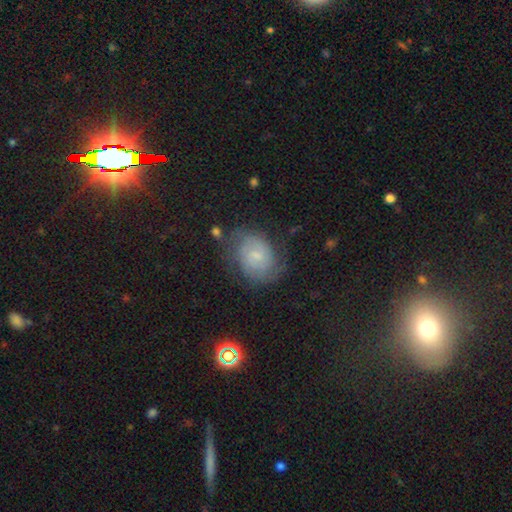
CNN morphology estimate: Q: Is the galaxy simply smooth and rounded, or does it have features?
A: featured or disk — 54%.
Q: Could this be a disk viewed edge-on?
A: no — 97%.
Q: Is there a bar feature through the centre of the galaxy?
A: no — 55%.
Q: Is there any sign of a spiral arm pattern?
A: yes — 86%.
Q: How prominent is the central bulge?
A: small — 63%.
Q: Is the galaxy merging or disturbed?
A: none — 64%.